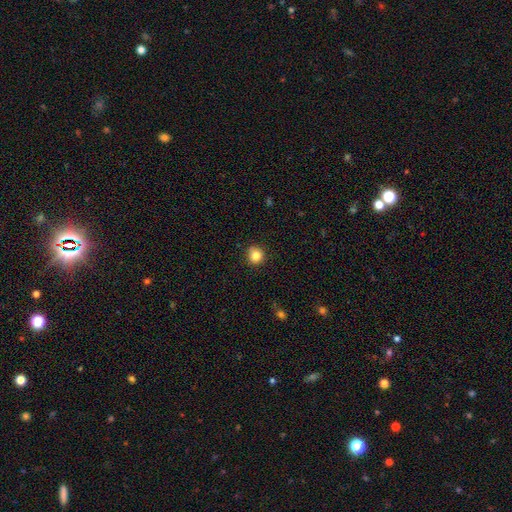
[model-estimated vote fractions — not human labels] A smooth galaxy with no disk features (83%) that is round (93%).

Vote fractions:
- Smooth or featured? smooth: 83% / star or artifact: 11% / featured or disk: 6%
- How rounded? round: 93% / in between: 6% / cigar-shaped: 1%
- Merging? none: 88% / minor disturbance: 9% / major disturbance: 2% / merger: 1%